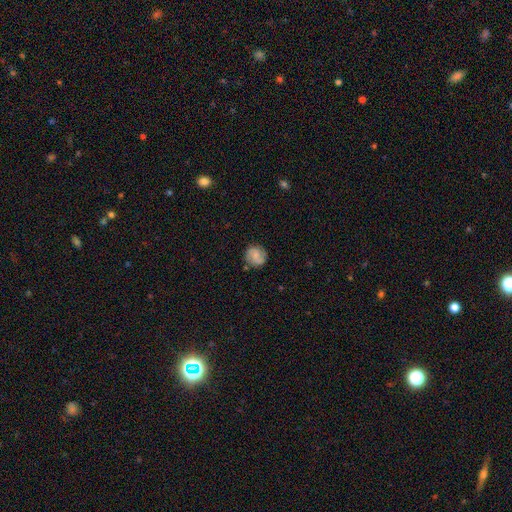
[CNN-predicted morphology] Smooth or featured? featured or disk (50%)
Merging? none (81%)